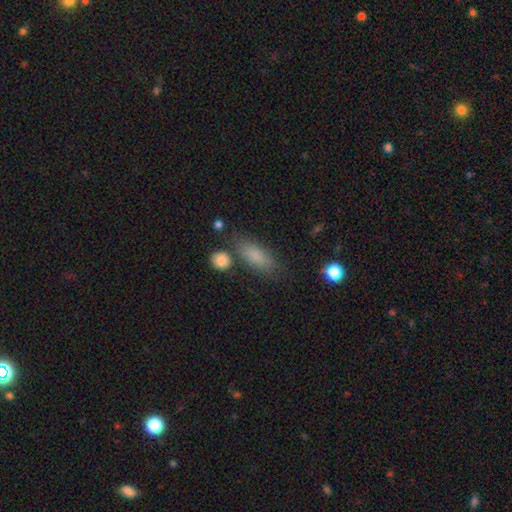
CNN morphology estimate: smooth-or-featured: smooth: 83% | featured or disk: 9% | star or artifact: 8%
  how-rounded: in between: 72% | cigar-shaped: 24% | round: 4%
  merging: none: 71% | minor disturbance: 16% | merger: 8% | major disturbance: 5%